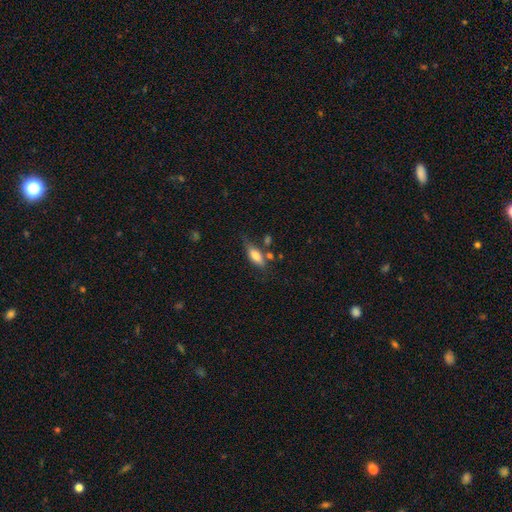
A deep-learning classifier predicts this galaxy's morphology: Overall: smooth (73%). How rounded: in between (73%). Merging: none (58%; minor disturbance 23%).